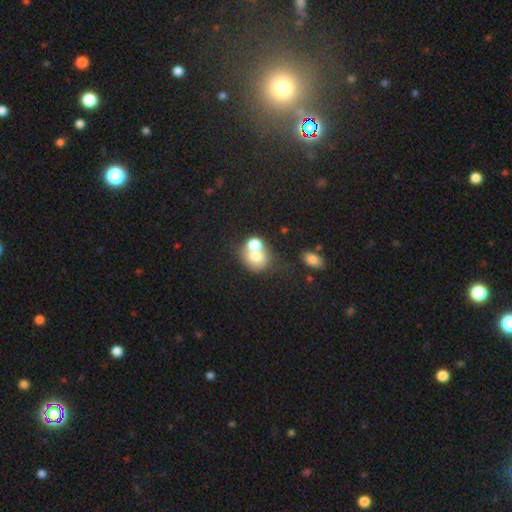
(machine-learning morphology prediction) smooth-or-featured: smooth: 69% | featured or disk: 19% | star or artifact: 11%
  how-rounded: round: 63% | in between: 36% | cigar-shaped: 1%
  merging: merger: 59% | none: 27% | minor disturbance: 8% | major disturbance: 5%